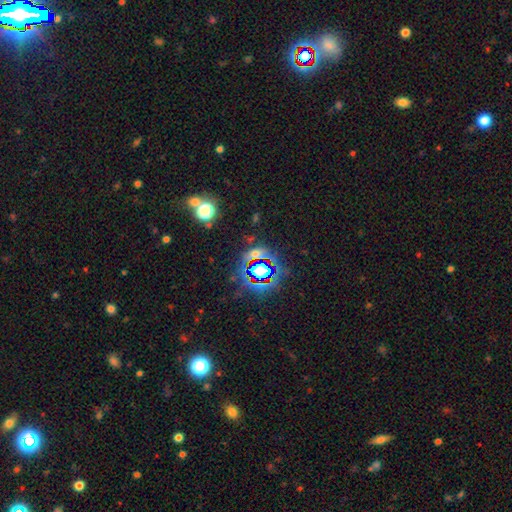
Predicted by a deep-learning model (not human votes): smooth-or-featured: star or artifact: 75% | smooth: 16% | featured or disk: 9%